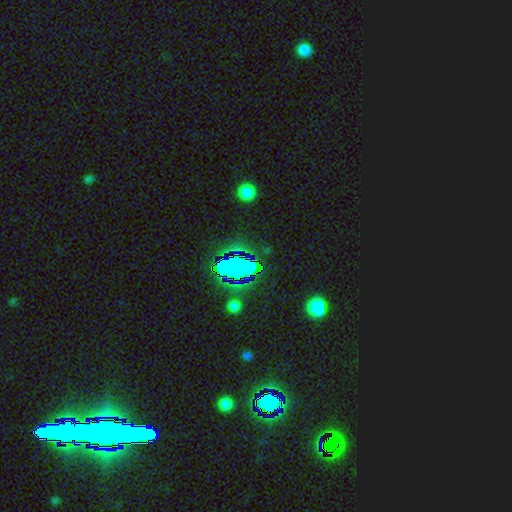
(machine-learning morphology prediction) smooth-or-featured: star or artifact: 79% | smooth: 12% | featured or disk: 9%